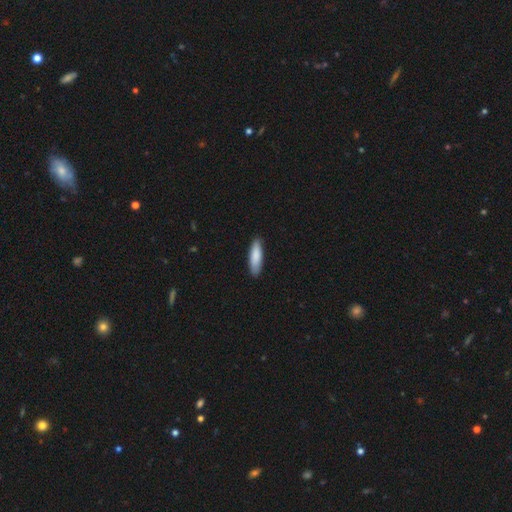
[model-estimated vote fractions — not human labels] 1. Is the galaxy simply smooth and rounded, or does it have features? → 86% smooth, 9% featured or disk, 5% star or artifact.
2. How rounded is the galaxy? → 54% cigar-shaped, 45% in between, 1% round.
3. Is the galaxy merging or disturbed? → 88% none, 10% minor disturbance, 2% major disturbance, 1% merger.